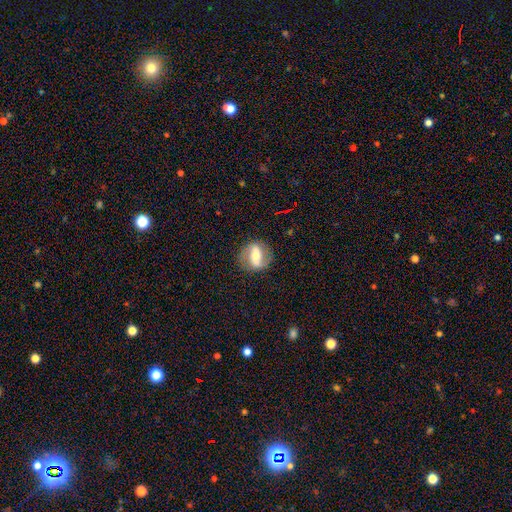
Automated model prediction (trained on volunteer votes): Overall: featured or disk (68%). Edge-on disk: no (89%). Bar: strong (62%; weak 24%). Spiral arms: yes (68%; no 32%). Bulge size: moderate (63%). Merging: none (84%).